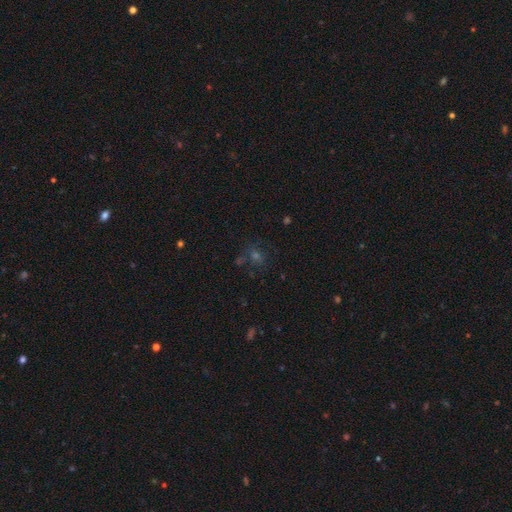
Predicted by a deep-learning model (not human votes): This appears to be a star or artifact, not a galaxy (45%).